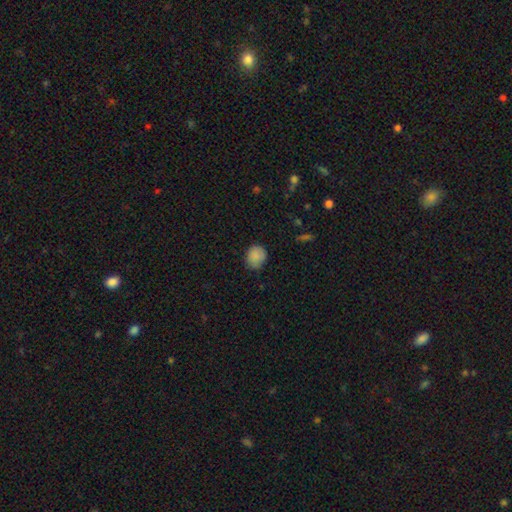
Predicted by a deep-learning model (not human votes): smooth 87%, star or artifact 8%, featured or disk 5%. Down the decision tree: how rounded — round (71%); merging — none (77%).